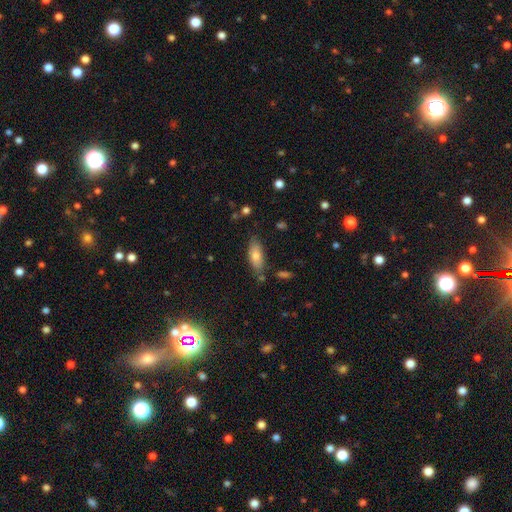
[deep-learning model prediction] smooth-or-featured: smooth: 75% | featured or disk: 17% | star or artifact: 7%
  how-rounded: in between: 78% | cigar-shaped: 19% | round: 2%
  merging: none: 76% | minor disturbance: 16% | merger: 5% | major disturbance: 3%